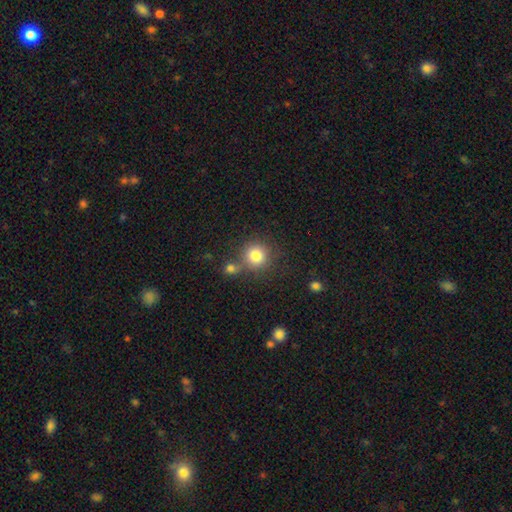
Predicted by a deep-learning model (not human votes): smooth_or_featured: smooth (p=0.80) [alt: star or artifact p=0.11]
how_rounded: round (p=0.92) [alt: in between p=0.07]
merging: none (p=0.65) [alt: merger p=0.21]